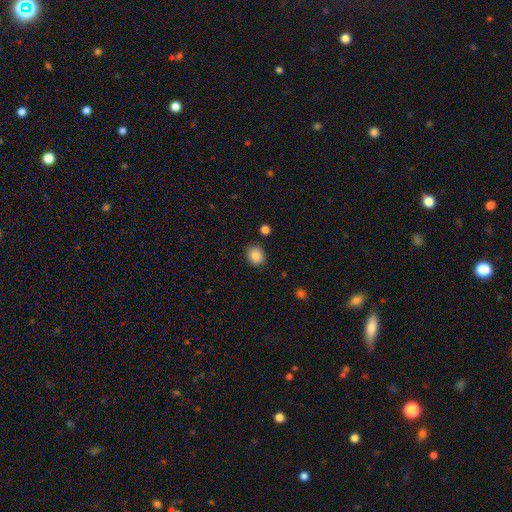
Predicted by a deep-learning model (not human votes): Smooth or featured? Predicted: smooth (p=0.86). How rounded? Predicted: round (p=0.71). Merging? Predicted: none (p=0.86).